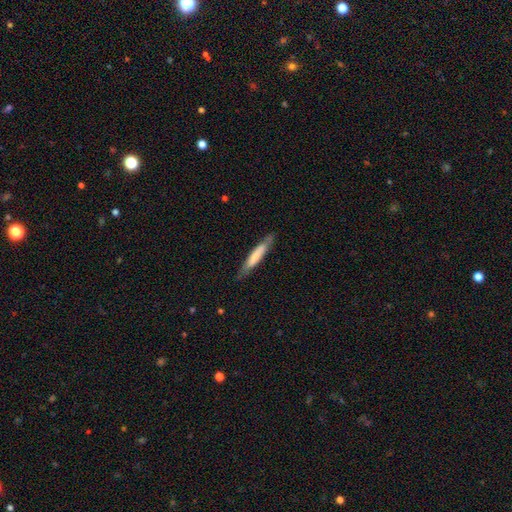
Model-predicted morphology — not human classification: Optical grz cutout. It shows a smooth galaxy with no disk features (64%) that is cigar-shaped (91%). Merging: none (78%).